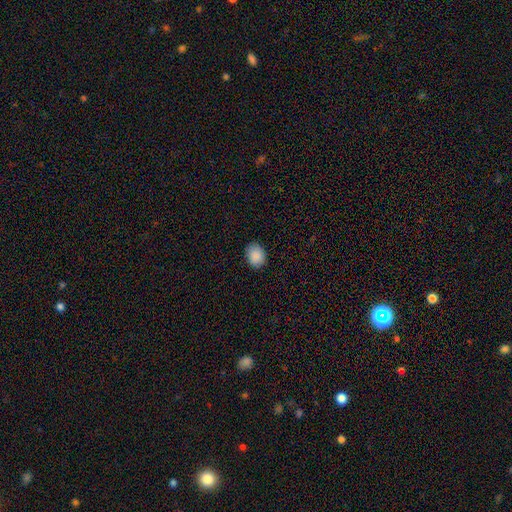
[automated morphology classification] This is clearly a smooth galaxy (89%). How rounded: possibly in between (58%). Merging: clearly none (86%).